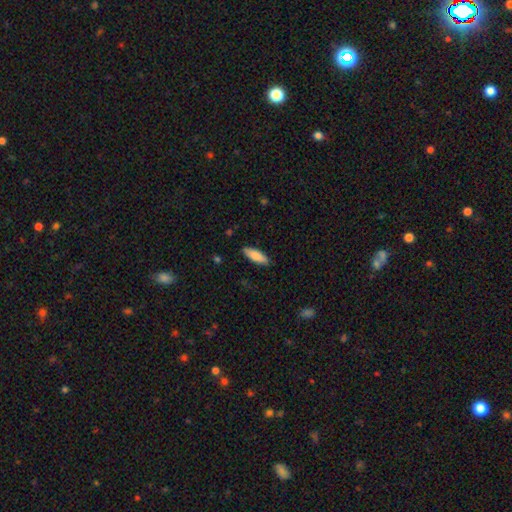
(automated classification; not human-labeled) Smooth or featured?
  - smooth: 82% *
  - featured or disk: 12%
  - star or artifact: 6%
How rounded?
  - in between: 60% *
  - cigar-shaped: 38%
  - round: 2%
Merging?
  - none: 87% *
  - minor disturbance: 10%
  - major disturbance: 2%
  - merger: 1%